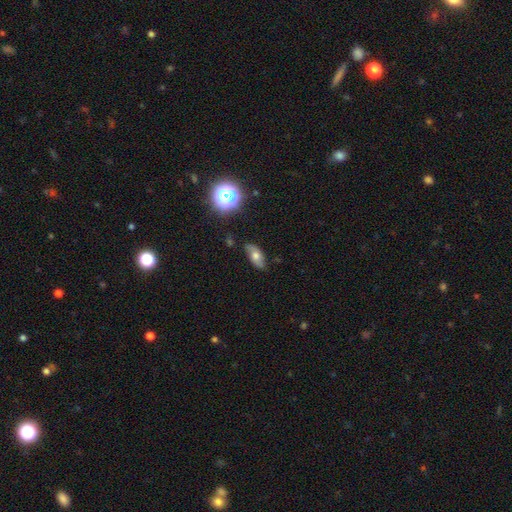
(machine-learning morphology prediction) Q: Smooth or featured?
A: smooth (53%); runner-up: featured or disk (34%)
Q: How rounded?
A: in between (84%); runner-up: cigar-shaped (9%)
Q: Merging?
A: none (71%); runner-up: minor disturbance (22%)